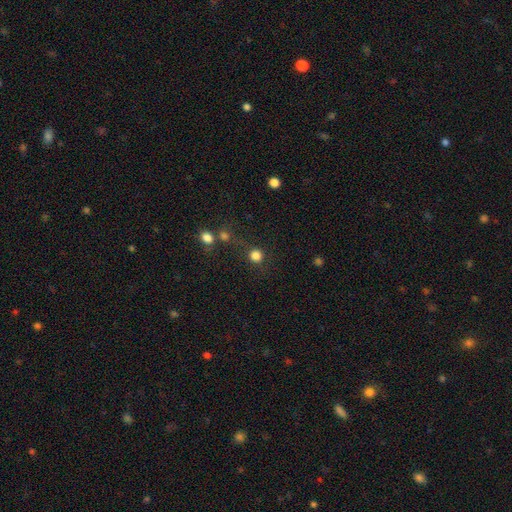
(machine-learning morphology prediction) The model was most divided on "merging": none: 73%, minor disturbance: 10%, merger: 10%, major disturbance: 7%. More confident: how rounded — round (92%); smooth or featured — smooth (81%).